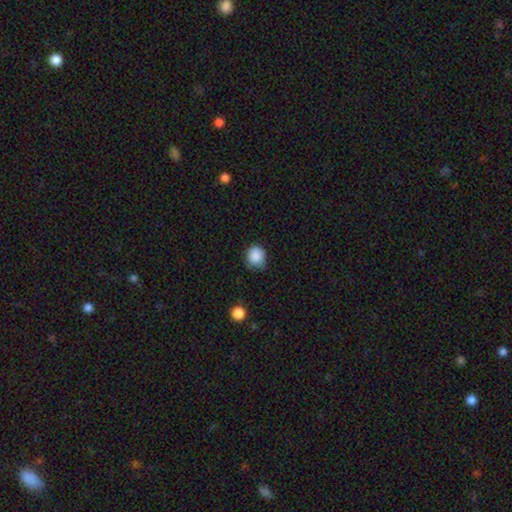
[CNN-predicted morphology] Overall: smooth (87%). How rounded: round (85%). Merging: none (64%; minor disturbance 29%).